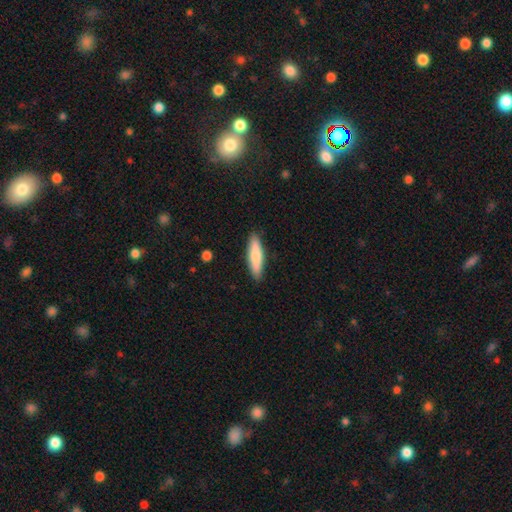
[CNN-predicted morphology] A smooth galaxy with no disk features (76%) that is cigar-shaped (66%). Merging: none (88%).